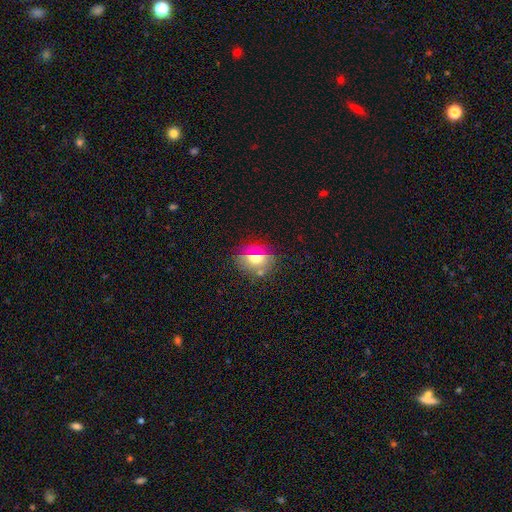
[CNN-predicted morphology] A smooth galaxy with no disk features (62%) that is round (57%).

Vote fractions:
- Smooth or featured? smooth: 62% / featured or disk: 20% / star or artifact: 18%
- How rounded? round: 57% / in between: 39% / cigar-shaped: 4%
- Merging? none: 82% / minor disturbance: 12% / major disturbance: 4% / merger: 3%